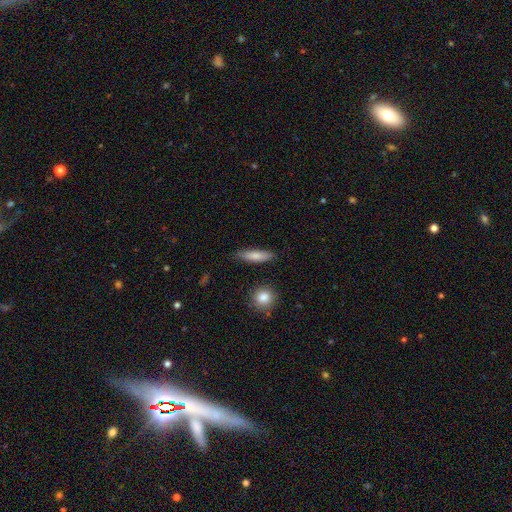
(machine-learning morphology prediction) Overall: smooth (80%). How rounded: cigar-shaped (66%; in between 32%). Merging: none (85%).